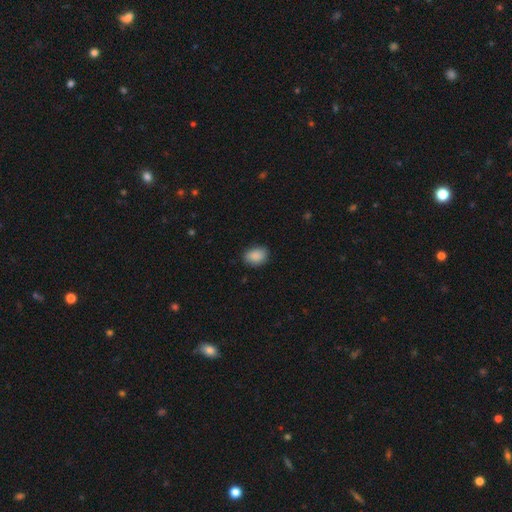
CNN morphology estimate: A smooth galaxy with no disk features (89%) that is in between round and cigar-shaped (75%).

Vote fractions:
- Smooth or featured? smooth: 89% / star or artifact: 7% / featured or disk: 4%
- How rounded? in between: 75% / round: 24% / cigar-shaped: 1%
- Merging? none: 83% / minor disturbance: 13% / major disturbance: 3% / merger: 1%